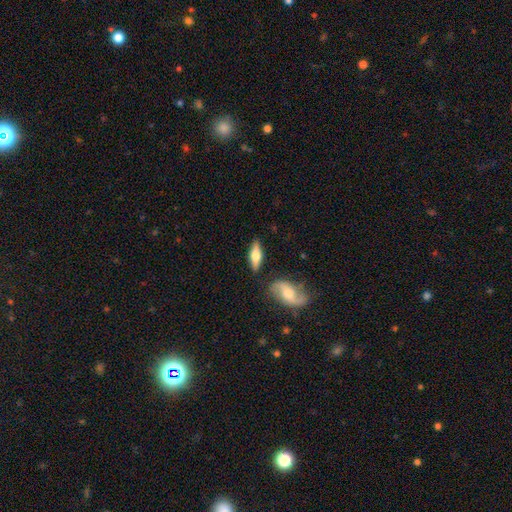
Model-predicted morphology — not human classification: Smooth or featured? smooth (51%)
How rounded? in between (57%)
Merging? none (79%)